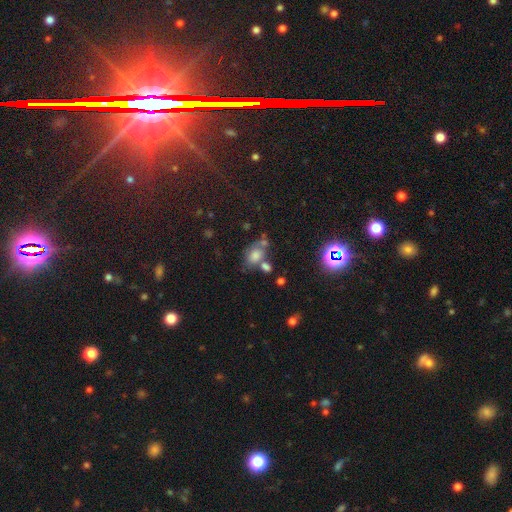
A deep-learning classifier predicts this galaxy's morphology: This is likely a smooth galaxy (66%). How rounded: likely in between (79%). Merging: marginally none (41%).